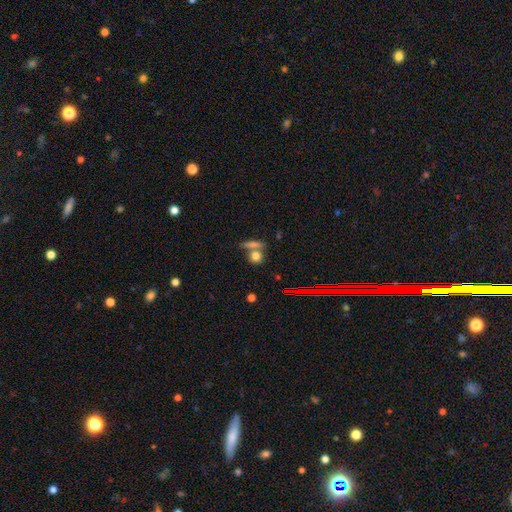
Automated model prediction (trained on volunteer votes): Overall: smooth (75%). How rounded: round (68%). Merging: none (59%; merger 28%).